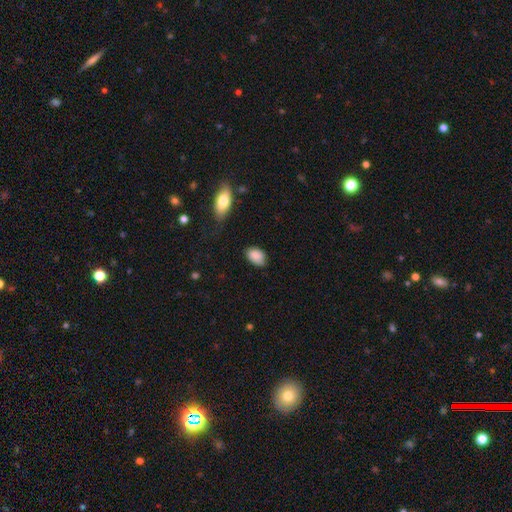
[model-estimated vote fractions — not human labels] Smooth or featured? smooth (87%)
How rounded? in between (88%)
Merging? none (72%)